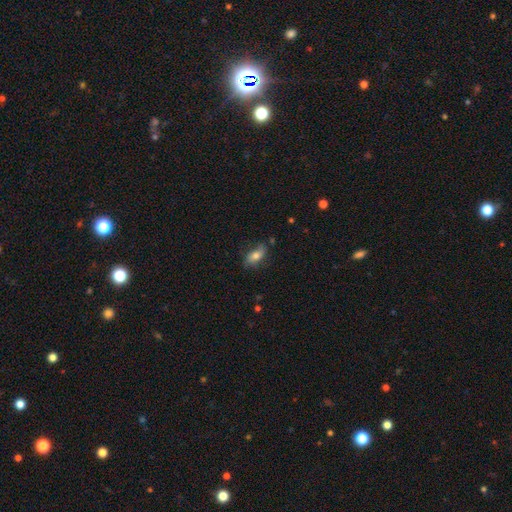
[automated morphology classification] Overall: smooth (68%). How rounded: in between (83%). Merging: none (67%).